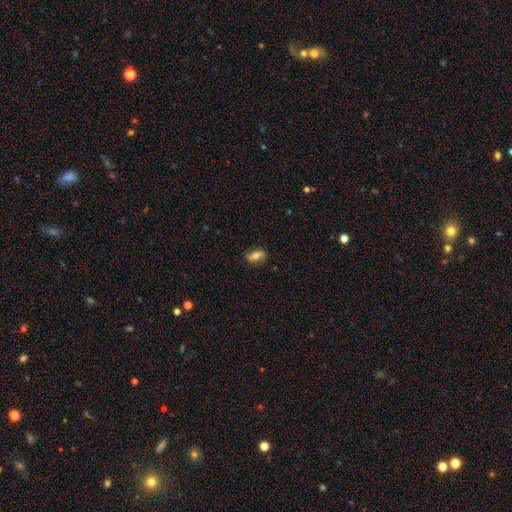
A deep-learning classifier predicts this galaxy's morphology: smooth_or_featured: smooth (p=0.58) [alt: featured or disk p=0.34]
how_rounded: in between (p=0.83) [alt: cigar-shaped p=0.09]
merging: none (p=0.78) [alt: minor disturbance p=0.16]